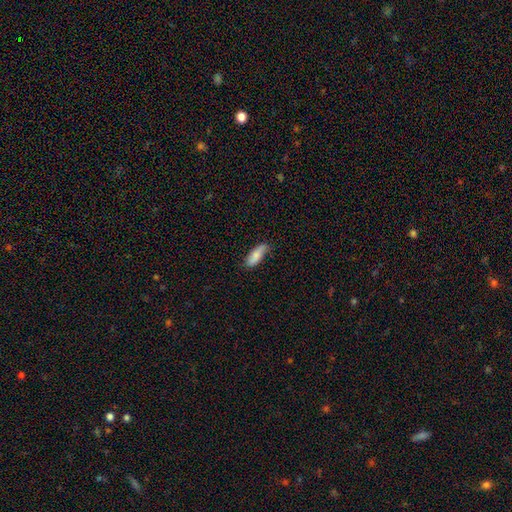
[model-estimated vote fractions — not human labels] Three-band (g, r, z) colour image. It shows a smooth galaxy with no disk features (81%) that is in between round and cigar-shaped (65%). Merging: none (72%).